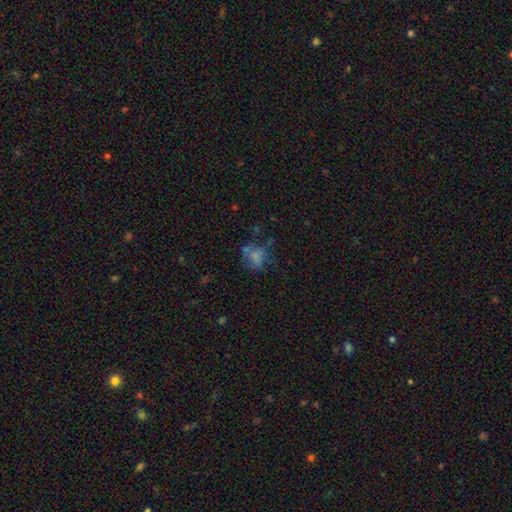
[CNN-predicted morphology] Smooth or featured? Predicted: smooth (p=0.56). How rounded? Predicted: round (p=0.54). Merging? Predicted: none (p=0.42).